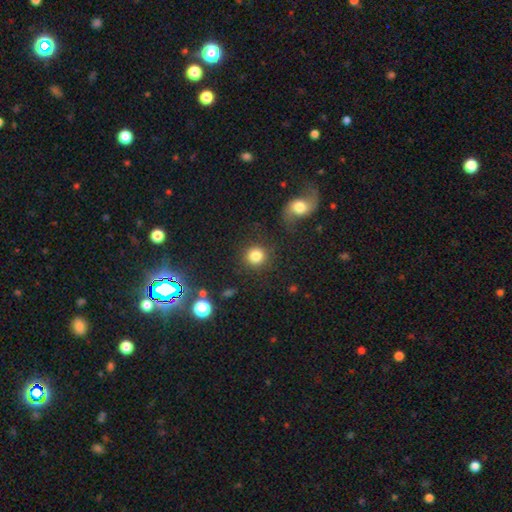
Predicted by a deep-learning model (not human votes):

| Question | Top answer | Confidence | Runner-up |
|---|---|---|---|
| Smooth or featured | smooth | 83% | star or artifact (11%) |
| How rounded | round | 91% | in between (8%) |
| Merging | none | 84% | minor disturbance (8%) |